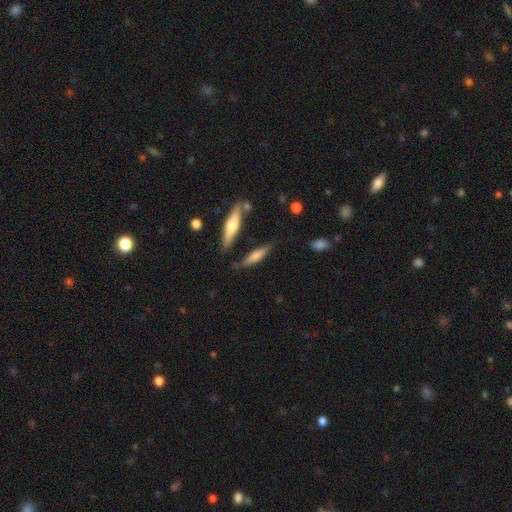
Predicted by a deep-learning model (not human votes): Q: Smooth or featured?
A: smooth (61%); runner-up: featured or disk (32%)
Q: How rounded?
A: cigar-shaped (72%); runner-up: in between (25%)
Q: Merging?
A: none (70%); runner-up: minor disturbance (19%)